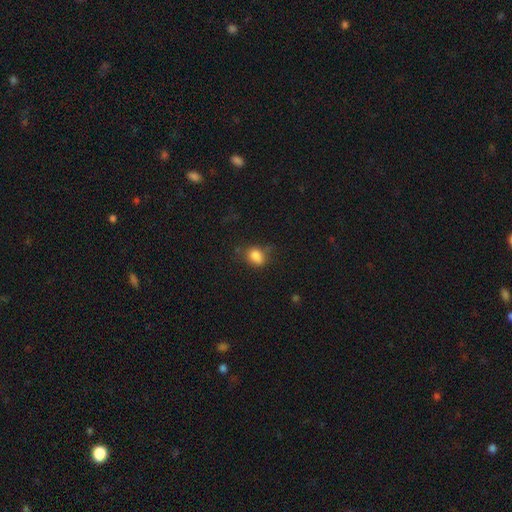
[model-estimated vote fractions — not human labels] Overall: smooth (81%). How rounded: in between (61%; round 38%). Merging: none (54%; minor disturbance 30%).